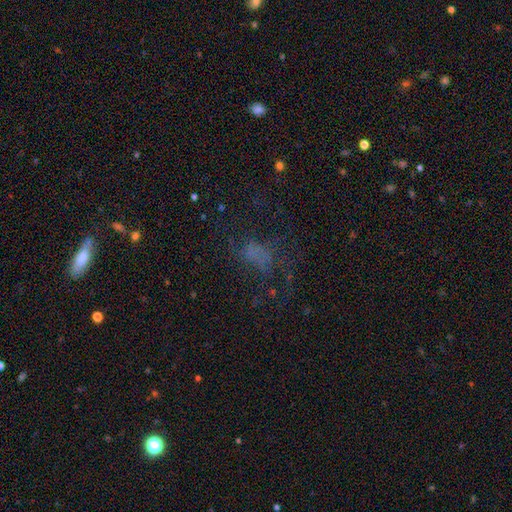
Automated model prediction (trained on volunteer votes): A smooth galaxy with no disk features (39%).

Vote fractions:
- Smooth or featured? smooth: 39% / star or artifact: 33% / featured or disk: 28%
- Merging? none: 46% / major disturbance: 33% / minor disturbance: 18% / merger: 3%